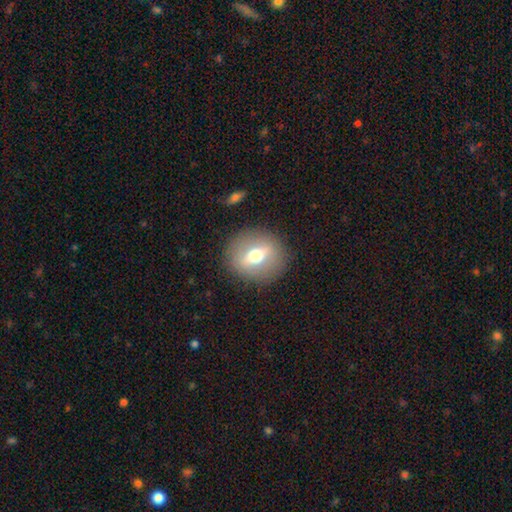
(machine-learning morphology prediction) A featured or disk galaxy (46%).

Vote fractions:
- Smooth or featured? featured or disk: 46% / smooth: 45% / star or artifact: 9%
- Merging? none: 87% / minor disturbance: 8% / major disturbance: 4% / merger: 1%